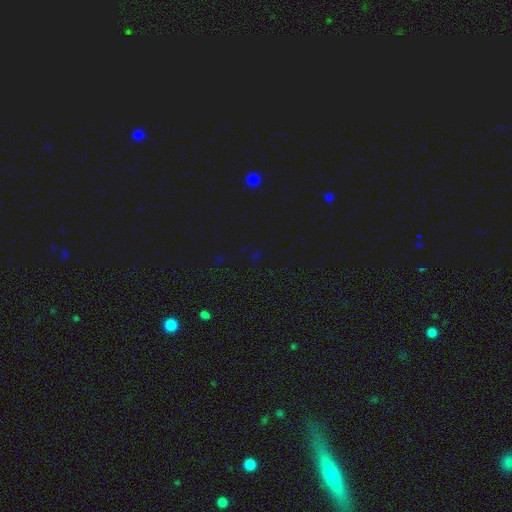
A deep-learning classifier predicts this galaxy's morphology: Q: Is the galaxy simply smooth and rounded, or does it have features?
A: star or artifact — 72%.